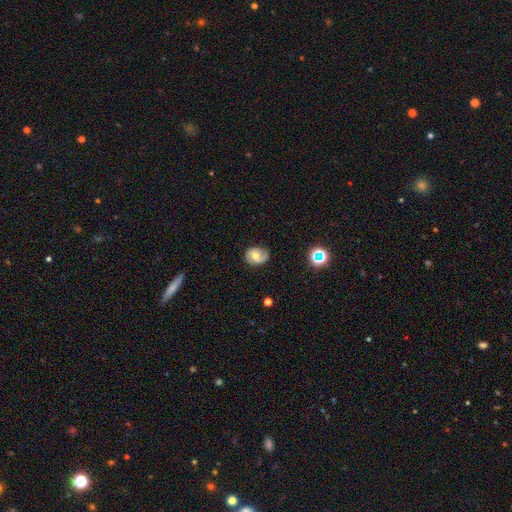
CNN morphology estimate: Overall: featured or disk (51%; smooth 39%). Edge-on disk: no (97%). Merging: none (71%).